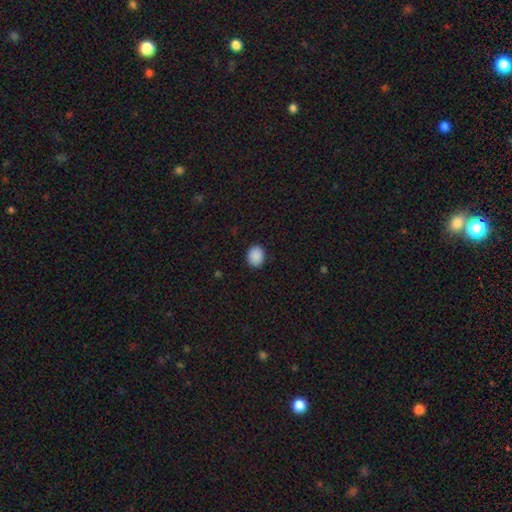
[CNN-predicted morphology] Smooth or featured?
  - smooth: 90% *
  - star or artifact: 8%
  - featured or disk: 2%
How rounded?
  - round: 59% *
  - in between: 40%
  - cigar-shaped: 1%
Merging?
  - none: 89% *
  - minor disturbance: 8%
  - major disturbance: 2%
  - merger: 1%